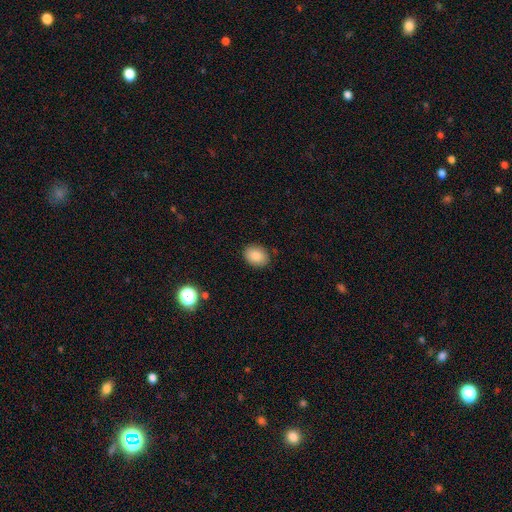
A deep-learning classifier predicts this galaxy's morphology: smooth-or-featured: smooth: 87% | star or artifact: 9% | featured or disk: 4%
  how-rounded: in between: 66% | round: 33% | cigar-shaped: 1%
  merging: none: 87% | minor disturbance: 9% | major disturbance: 2% | merger: 1%